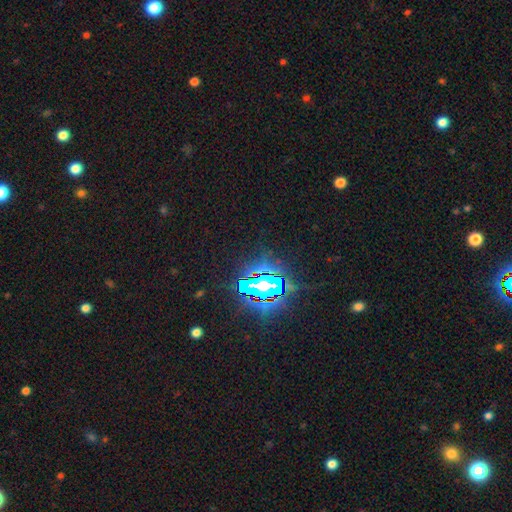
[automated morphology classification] Smooth or featured? Predicted: star or artifact (p=0.85).